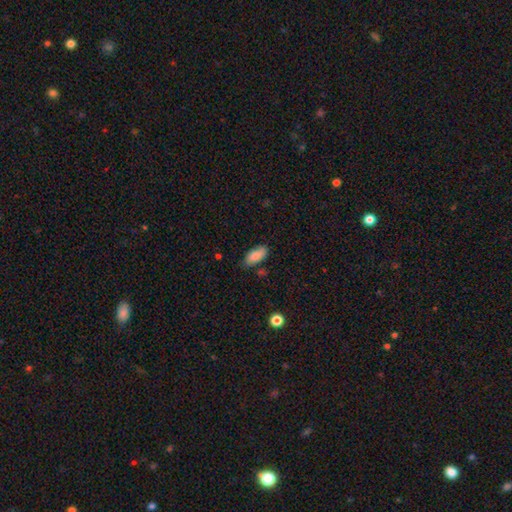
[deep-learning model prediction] A smooth galaxy with no disk features (84%) that is in between round and cigar-shaped (85%). Merging: none (74%).